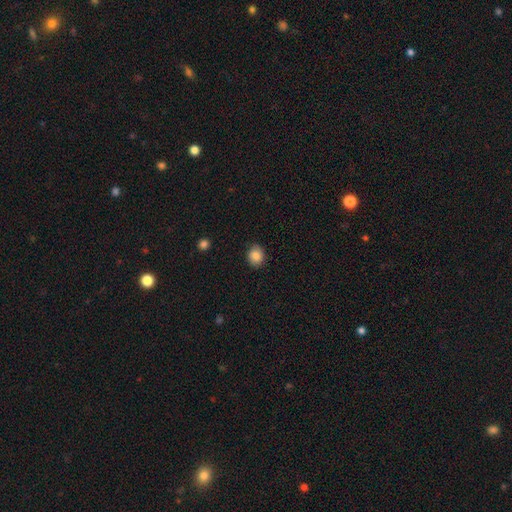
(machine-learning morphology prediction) A smooth galaxy with no disk features (85%) that is round (67%). Merging: none (88%).